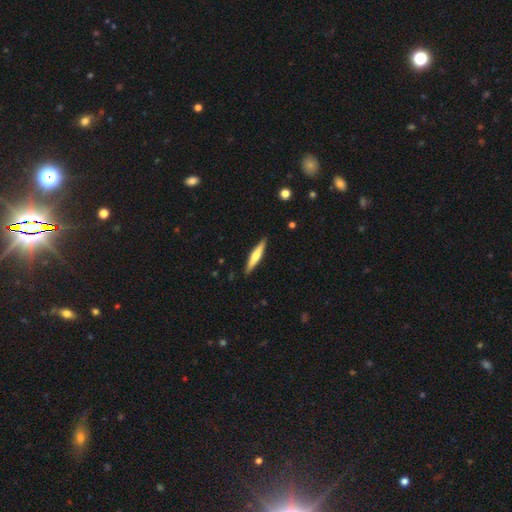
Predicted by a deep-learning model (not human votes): Smooth or featured: featured or disk — 49% (smooth — 46%)
Merging: none — 90% (minor disturbance — 7%)